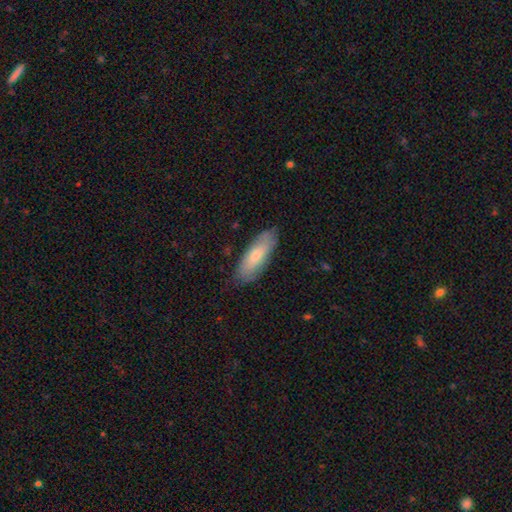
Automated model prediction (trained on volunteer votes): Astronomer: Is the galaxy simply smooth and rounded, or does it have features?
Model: smooth — 72%.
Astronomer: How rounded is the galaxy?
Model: in between — 63%.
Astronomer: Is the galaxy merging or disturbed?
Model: none — 81%.